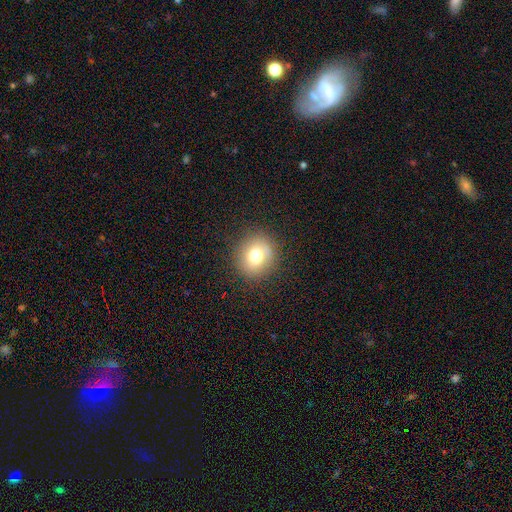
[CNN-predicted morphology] Smooth or featured? smooth (73%)
How rounded? round (83%)
Merging? none (85%)